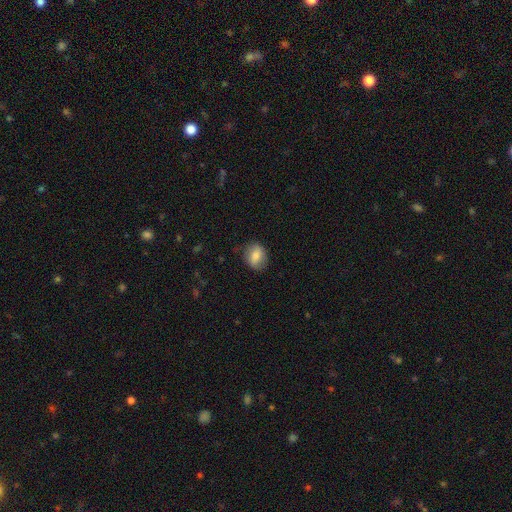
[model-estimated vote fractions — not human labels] smooth-or-featured: smooth: 71% | featured or disk: 22% | star or artifact: 8%
  how-rounded: in between: 53% | round: 46% | cigar-shaped: 2%
  merging: none: 78% | minor disturbance: 16% | major disturbance: 5% | merger: 1%